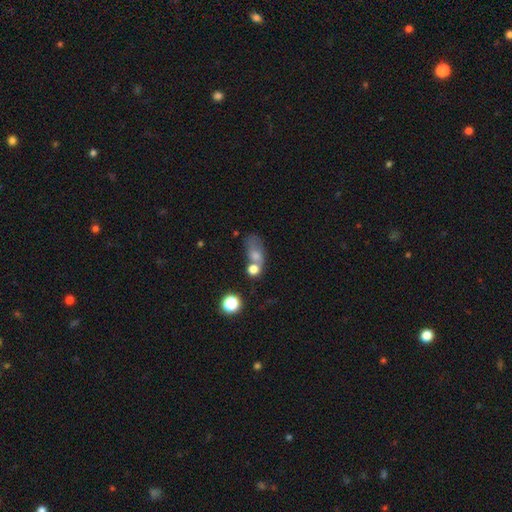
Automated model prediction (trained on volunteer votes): A smooth galaxy with no disk features (65%) that is in between round and cigar-shaped (68%). Merging: merger (38%).